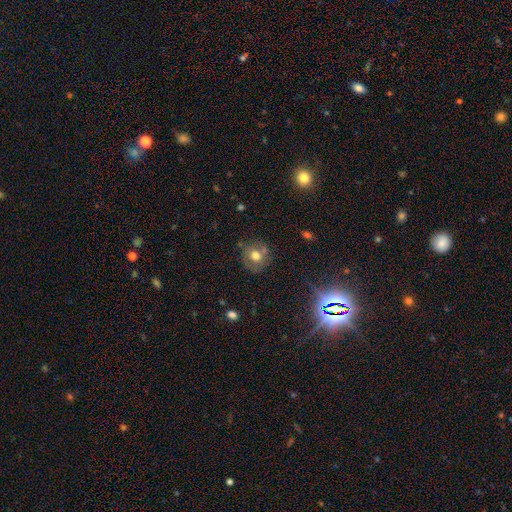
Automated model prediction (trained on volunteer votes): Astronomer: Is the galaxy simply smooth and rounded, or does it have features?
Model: smooth — 66%.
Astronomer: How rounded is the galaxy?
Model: round — 80%.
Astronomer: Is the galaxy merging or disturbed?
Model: none — 66%.